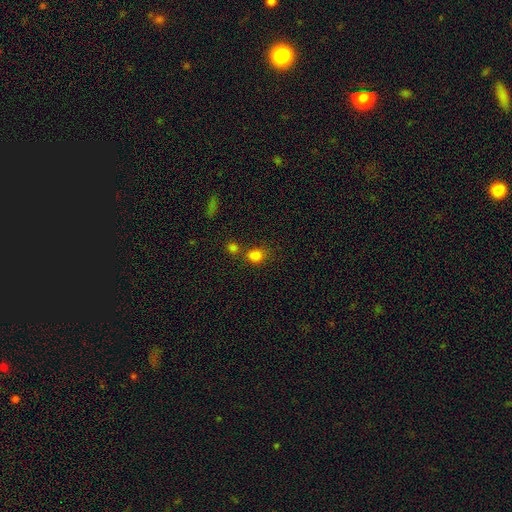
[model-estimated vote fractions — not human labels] smooth_or_featured: smooth (p=0.80) [alt: star or artifact p=0.15]
how_rounded: round (p=0.65) [alt: in between p=0.33]
merging: none (p=0.57) [alt: merger p=0.26]